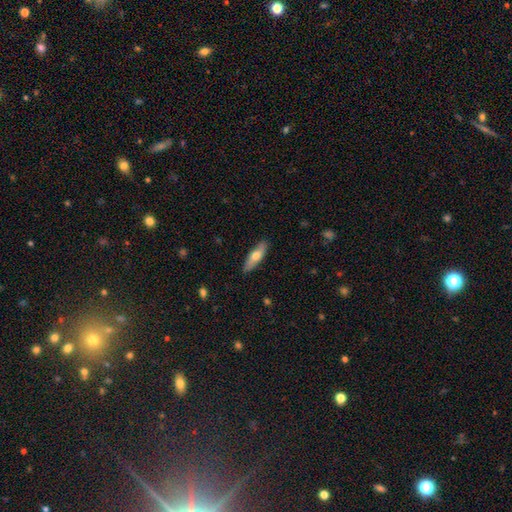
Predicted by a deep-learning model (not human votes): A smooth galaxy with no disk features (60%) that is cigar-shaped (54%).

Vote fractions:
- Smooth or featured? smooth: 60% / featured or disk: 35% / star or artifact: 5%
- How rounded? cigar-shaped: 54% / in between: 43% / round: 2%
- Merging? none: 87% / minor disturbance: 11% / major disturbance: 2% / merger: 1%